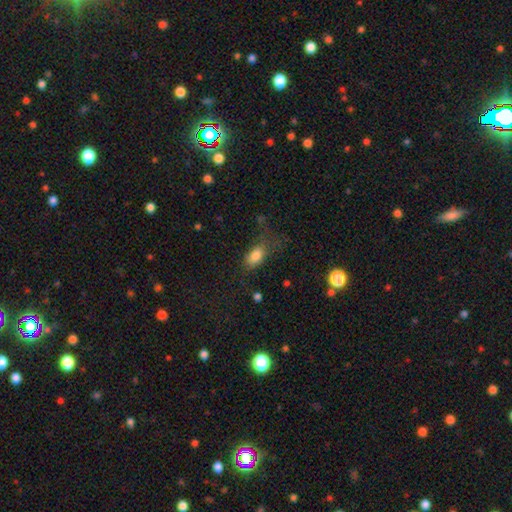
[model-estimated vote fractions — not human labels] smooth_or_featured: smooth (p=0.81) [alt: star or artifact p=0.10]
how_rounded: in between (p=0.87) [alt: round p=0.08]
merging: none (p=0.49) [alt: major disturbance p=0.24]